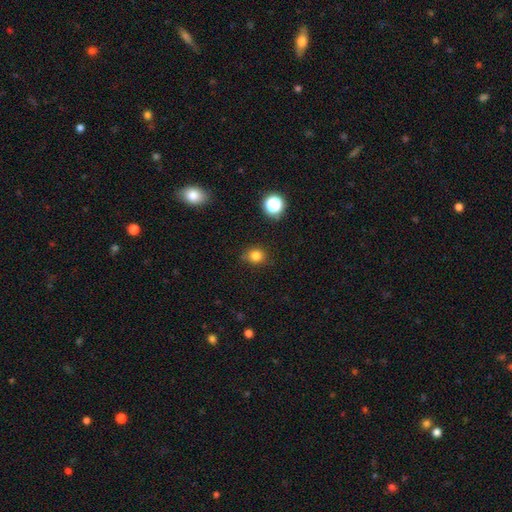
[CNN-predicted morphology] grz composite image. It shows a smooth galaxy with no disk features (81%) that is round (76%). Merging: none (75%).